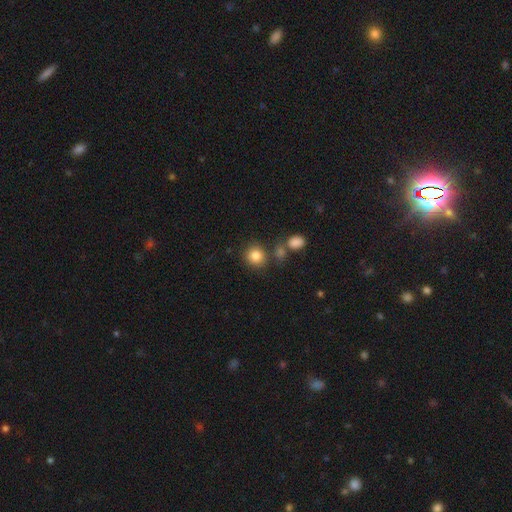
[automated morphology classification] Smooth or featured? Predicted: smooth (p=0.84). How rounded? Predicted: round (p=0.85). Merging? Predicted: none (p=0.72).